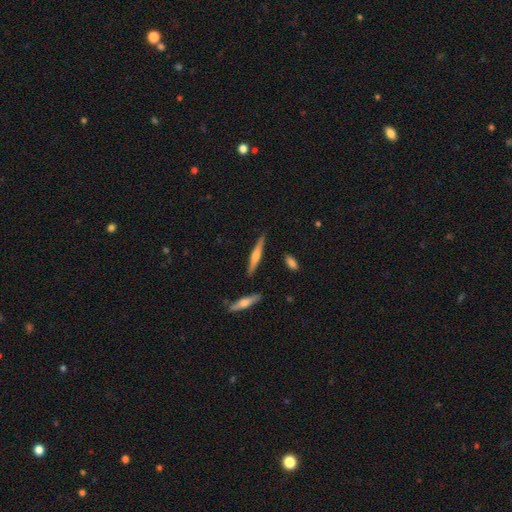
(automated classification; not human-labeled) The model was most divided on "smooth or featured": featured or disk: 52%, smooth: 42%, star or artifact: 6%. More confident: edge-on disk — yes (97%); merging — none (83%); edge-on bulge — rounded (65%).